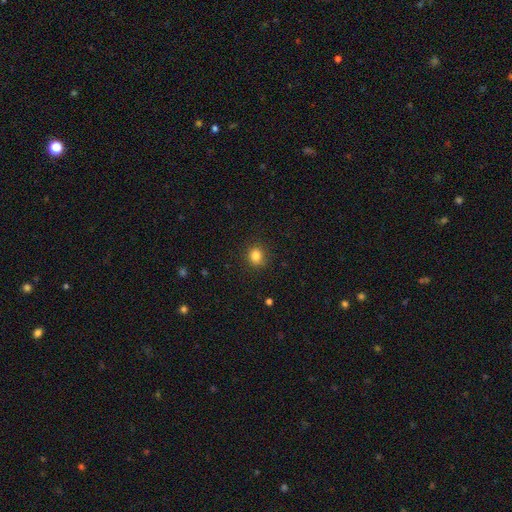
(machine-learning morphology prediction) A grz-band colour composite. It shows a smooth galaxy with no disk features (84%) that is round (77%). Merging: none (87%).